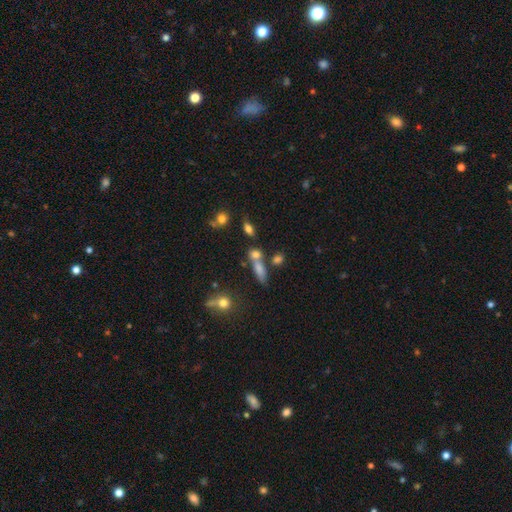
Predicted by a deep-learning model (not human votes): smooth_or_featured: smooth (p=0.61) [alt: star or artifact p=0.20]
how_rounded: in between (p=0.47) [alt: cigar-shaped p=0.33]
merging: none (p=0.47) [alt: merger p=0.35]